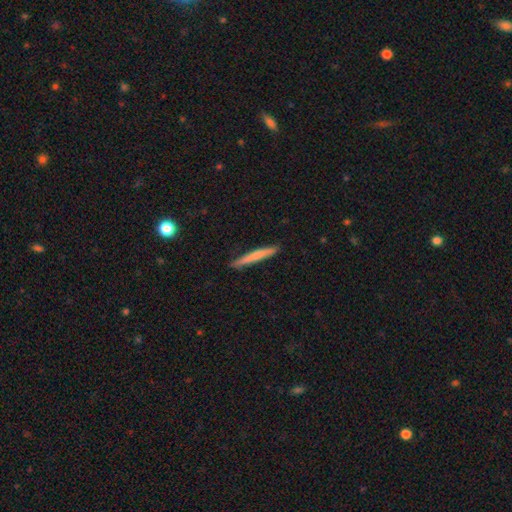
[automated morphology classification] A smooth galaxy with no disk features (65%) that is cigar-shaped (96%).

Vote fractions:
- Smooth or featured? smooth: 65% / featured or disk: 29% / star or artifact: 6%
- How rounded? cigar-shaped: 96% / in between: 3% / round: 1%
- Merging? none: 89% / minor disturbance: 8% / major disturbance: 2% / merger: 1%